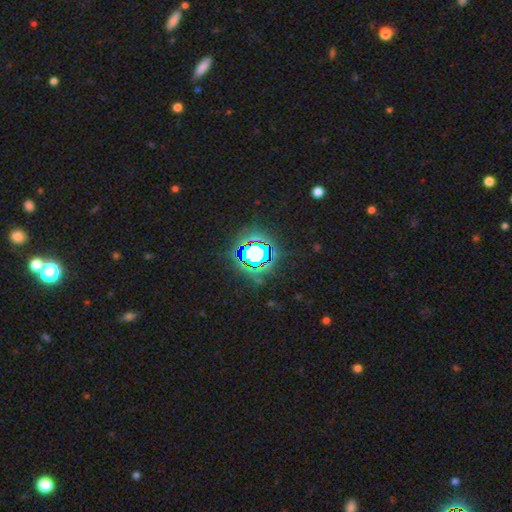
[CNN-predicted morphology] This is likely a star or artifact rather than a galaxy (74%).